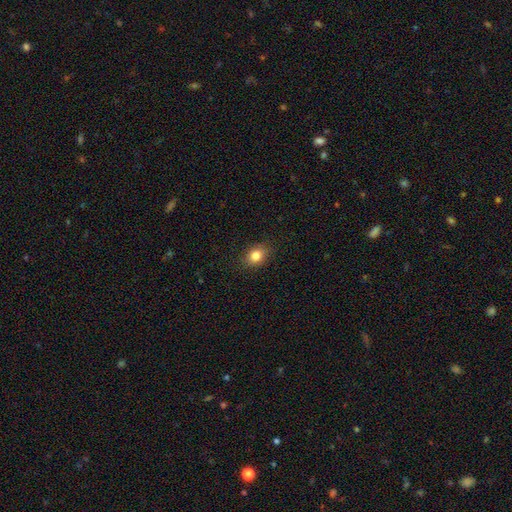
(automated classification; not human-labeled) smooth 83%, star or artifact 10%, featured or disk 7%. Down the decision tree: how rounded — in between (55%); merging — none (87%).